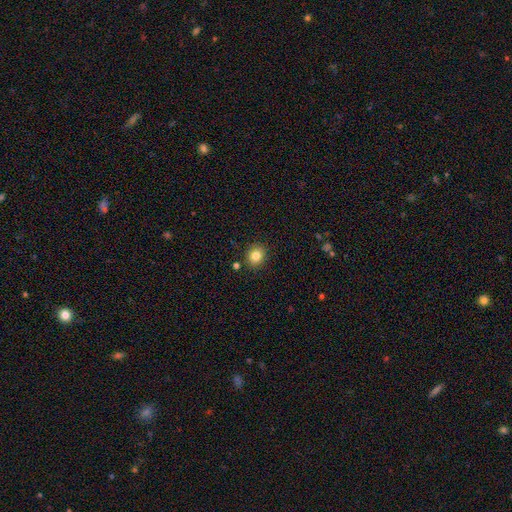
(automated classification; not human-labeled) A smooth galaxy with no disk features (83%) that is round (77%). Merging: none (88%).